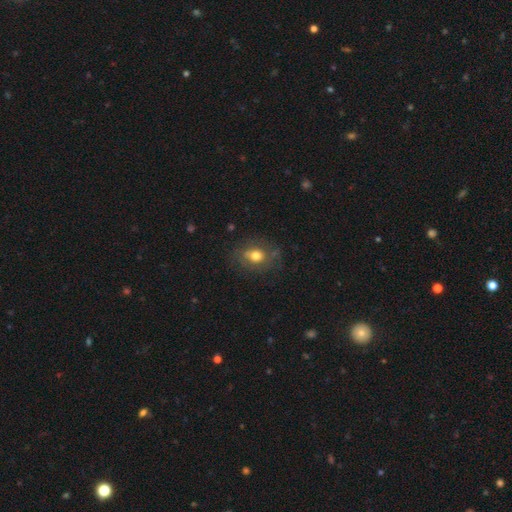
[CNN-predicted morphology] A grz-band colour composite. It shows a smooth galaxy with no disk features (67%) that is round (52%). Merging: none (70%).